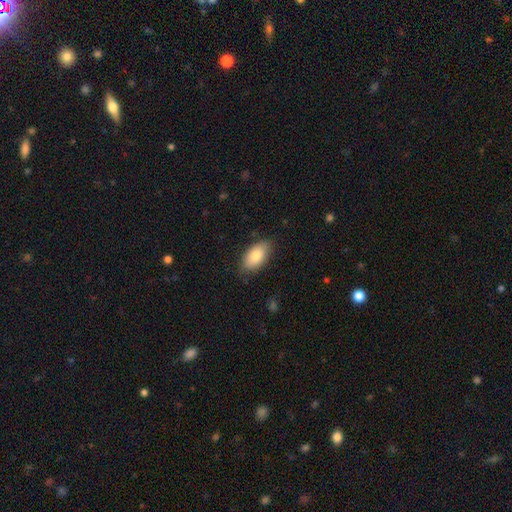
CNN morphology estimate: Smooth or featured: smooth — 81% (featured or disk — 12%)
How rounded: in between — 93% (round — 4%)
Merging: none — 82% (minor disturbance — 14%)